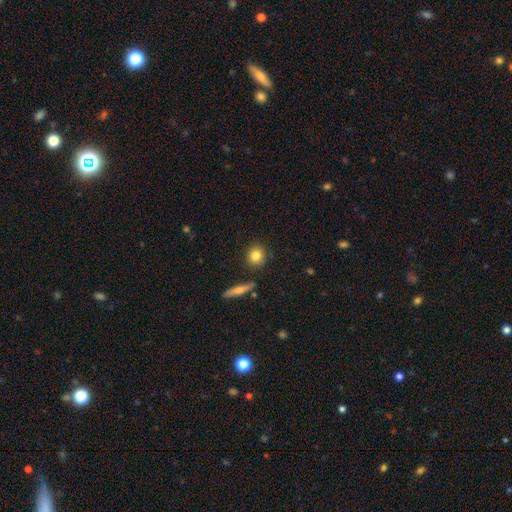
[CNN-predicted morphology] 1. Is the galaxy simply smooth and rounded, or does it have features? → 82% smooth, 10% featured or disk, 8% star or artifact.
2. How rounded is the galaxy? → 86% round, 12% in between, 3% cigar-shaped.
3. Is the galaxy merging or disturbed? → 86% none, 8% minor disturbance, 4% merger, 2% major disturbance.